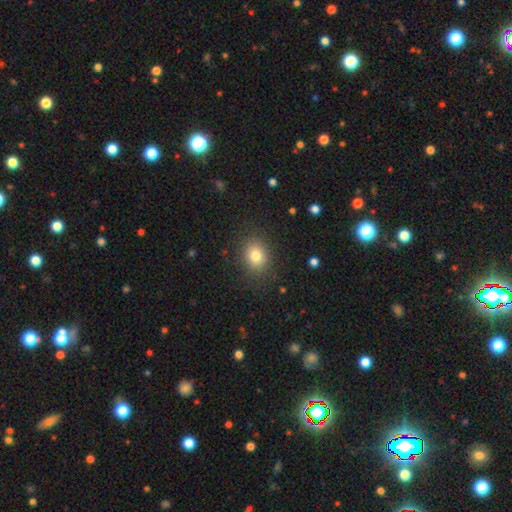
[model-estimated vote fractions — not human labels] Smooth or featured: smooth — 80% (star or artifact — 11%)
How rounded: round — 51% (in between — 48%)
Merging: none — 85% (minor disturbance — 10%)